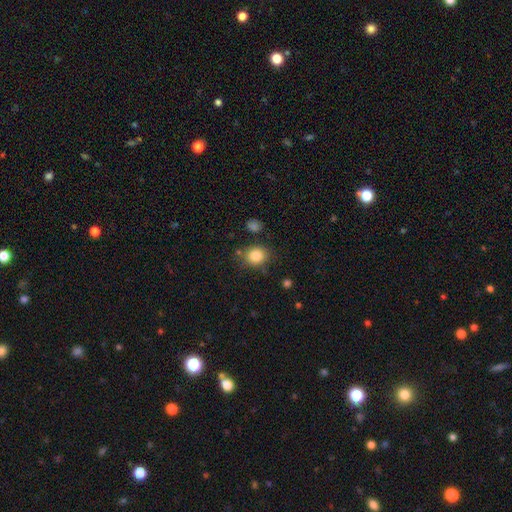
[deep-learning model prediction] This is clearly a smooth galaxy (84%). How rounded: likely round (72%). Merging: likely none (80%).